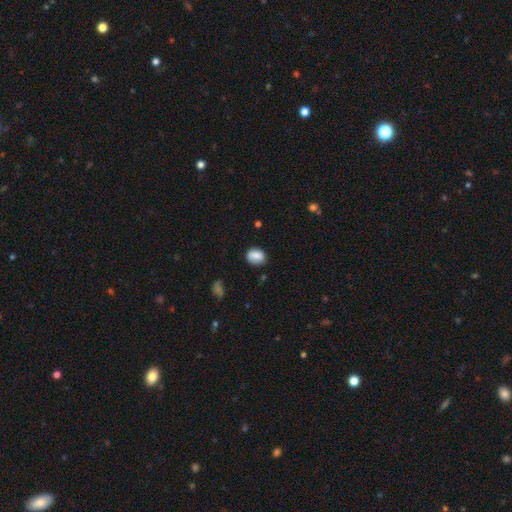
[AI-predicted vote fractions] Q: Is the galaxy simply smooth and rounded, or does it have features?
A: smooth — 78%.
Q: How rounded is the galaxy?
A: in between — 56%.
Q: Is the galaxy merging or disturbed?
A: none — 75%.